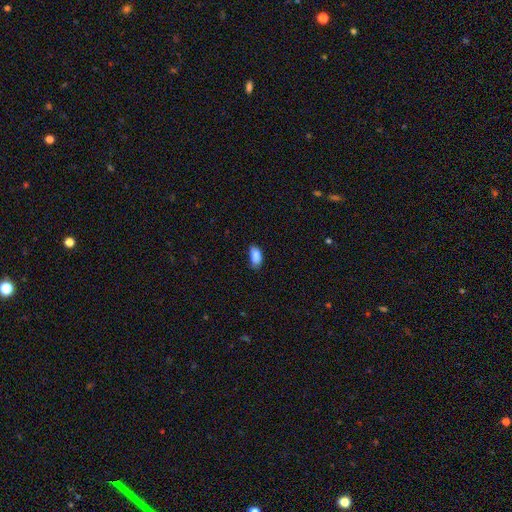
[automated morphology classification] smooth-or-featured: smooth: 86% | star or artifact: 8% | featured or disk: 6%
  how-rounded: in between: 91% | cigar-shaped: 6% | round: 3%
  merging: none: 58% | minor disturbance: 32% | major disturbance: 7% | merger: 3%